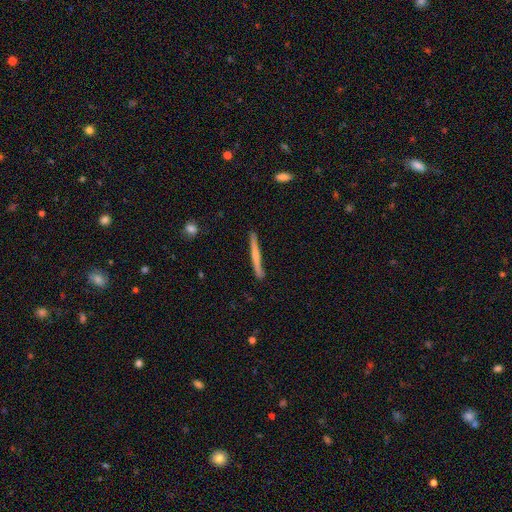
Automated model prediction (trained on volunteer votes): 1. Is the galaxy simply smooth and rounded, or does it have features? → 47% featured or disk (tied), 47% smooth (tied), 6% star or artifact.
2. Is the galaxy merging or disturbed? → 86% none, 11% minor disturbance, 2% major disturbance, 2% merger.